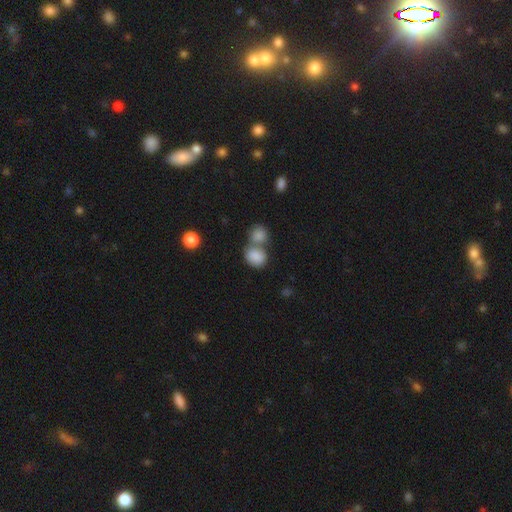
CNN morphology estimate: This appears to be a smooth galaxy with no disk features (84%) that is round (51%). Merging: merger (59%).